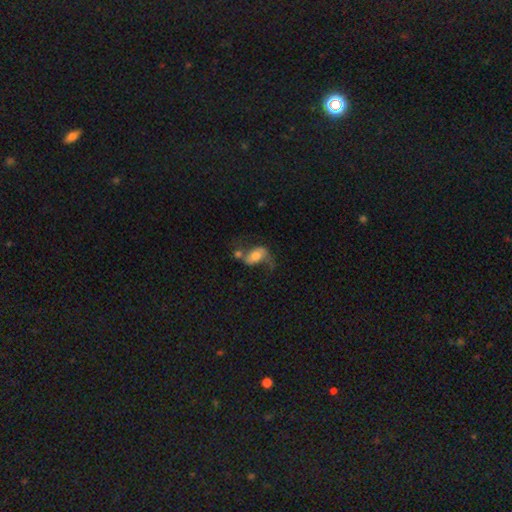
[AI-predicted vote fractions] A smooth galaxy with no disk features (49%). Merging: none (35%).